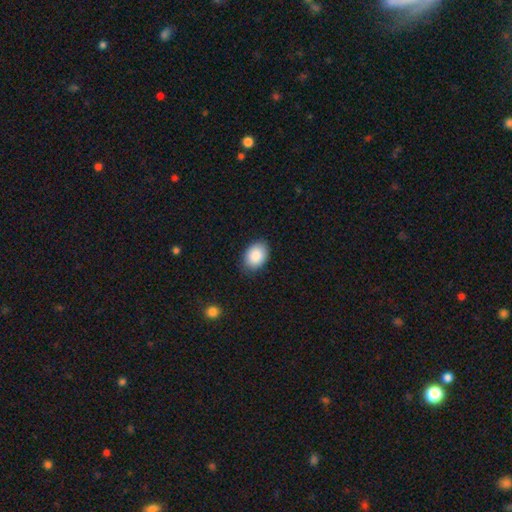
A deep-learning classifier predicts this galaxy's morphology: A smooth galaxy with no disk features (89%) that is in between round and cigar-shaped (80%). Merging: none (85%).